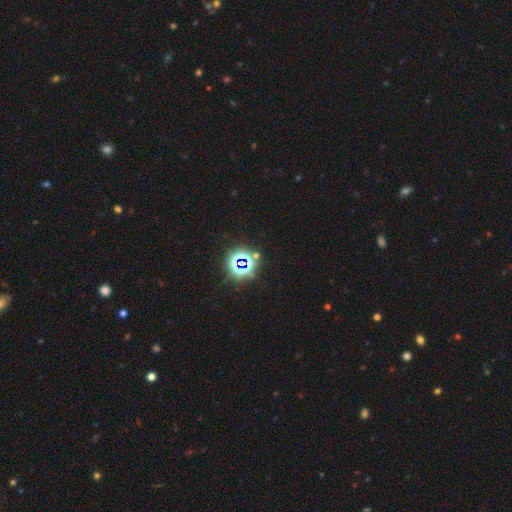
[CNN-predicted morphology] smooth-or-featured: star or artifact: 80% | smooth: 12% | featured or disk: 8%